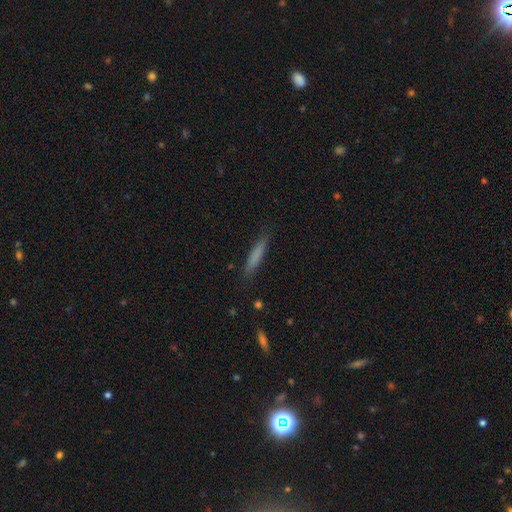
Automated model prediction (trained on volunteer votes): Smooth or featured: smooth — 75% (featured or disk — 18%)
How rounded: cigar-shaped — 93% (in between — 6%)
Merging: none — 86% (minor disturbance — 11%)